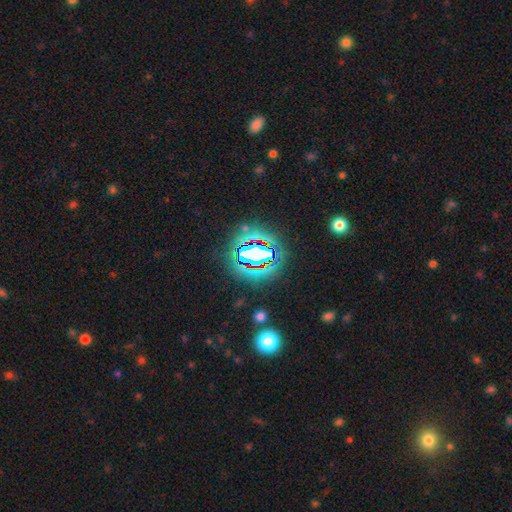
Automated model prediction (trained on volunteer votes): The model was most divided on "smooth or featured": star or artifact: 73%, smooth: 16%, featured or disk: 11%.